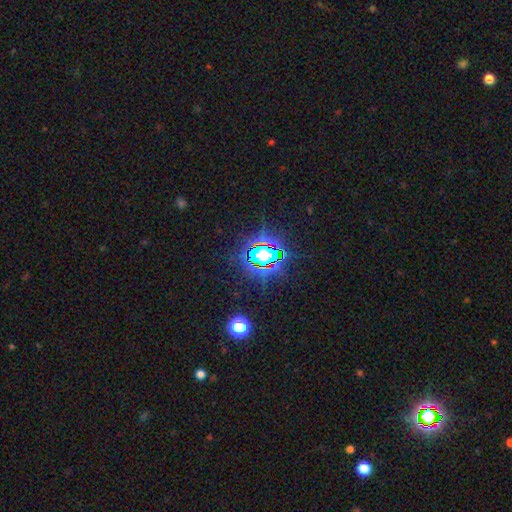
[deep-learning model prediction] star or artifact 82%, smooth 11%, featured or disk 7%.